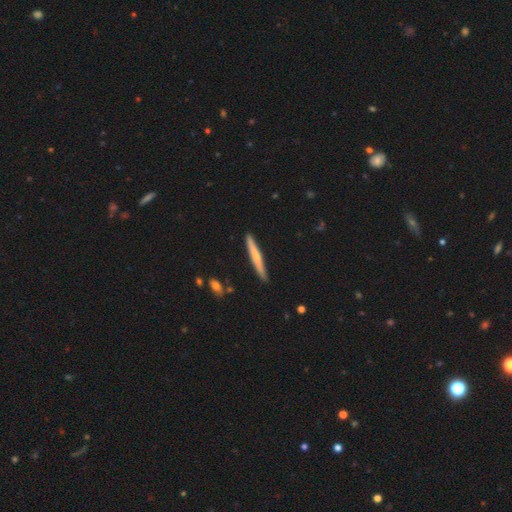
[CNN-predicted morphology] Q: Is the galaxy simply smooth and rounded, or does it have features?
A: smooth — 54%.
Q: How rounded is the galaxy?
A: cigar-shaped — 96%.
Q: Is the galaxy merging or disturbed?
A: none — 88%.